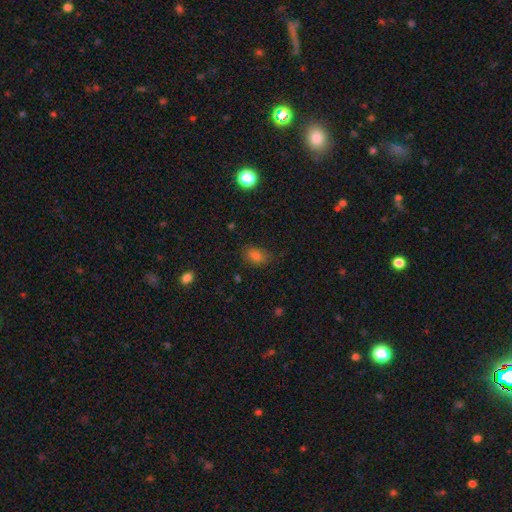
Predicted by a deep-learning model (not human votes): Smooth or featured?
  - smooth: 76% *
  - star or artifact: 16%
  - featured or disk: 8%
How rounded?
  - in between: 78% *
  - round: 20%
  - cigar-shaped: 2%
Merging?
  - none: 76% *
  - minor disturbance: 18%
  - major disturbance: 5%
  - merger: 2%